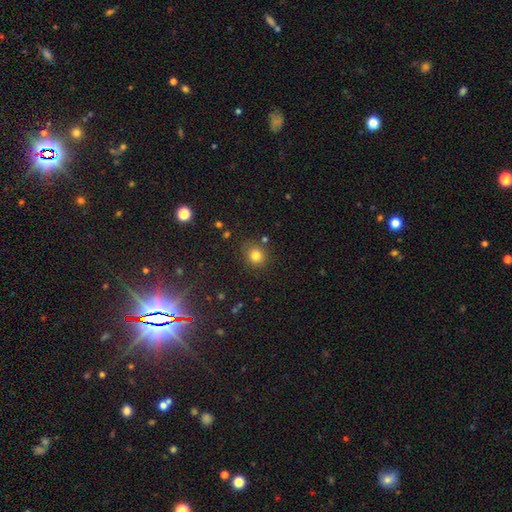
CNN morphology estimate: smooth-or-featured: smooth: 80% | star or artifact: 14% | featured or disk: 6%
  how-rounded: round: 83% | in between: 16% | cigar-shaped: 1%
  merging: none: 81% | minor disturbance: 11% | merger: 4% | major disturbance: 4%